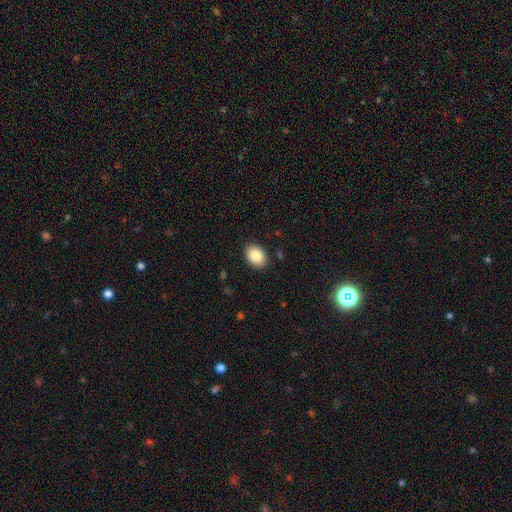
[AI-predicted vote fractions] Smooth or featured? smooth (86%)
How rounded? in between (67%)
Merging? none (89%)